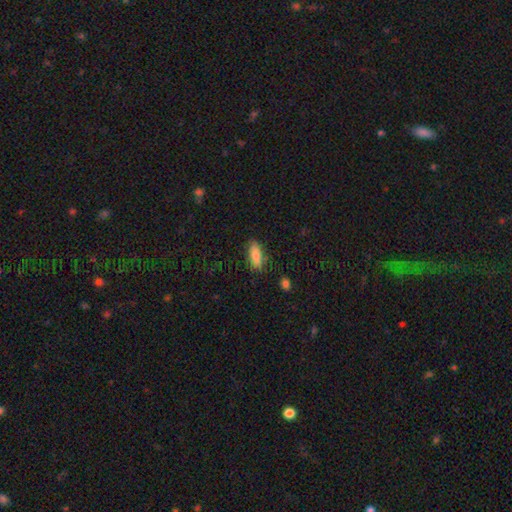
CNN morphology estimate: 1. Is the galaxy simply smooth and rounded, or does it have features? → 83% smooth, 10% featured or disk, 7% star or artifact.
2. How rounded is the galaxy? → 78% in between, 20% cigar-shaped, 2% round.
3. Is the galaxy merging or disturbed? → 79% none, 15% minor disturbance, 4% major disturbance, 2% merger.